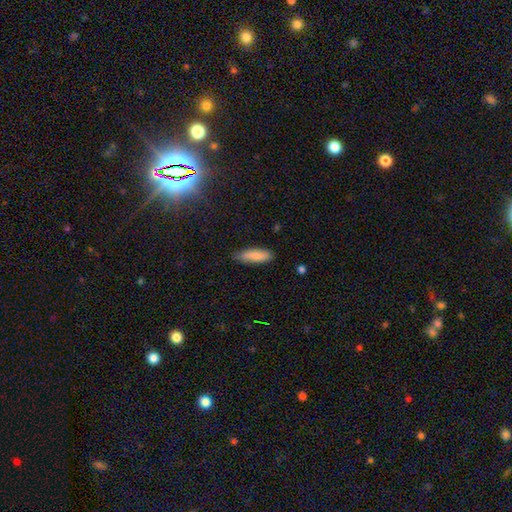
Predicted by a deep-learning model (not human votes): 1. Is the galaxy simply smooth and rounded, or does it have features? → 82% smooth, 12% featured or disk, 6% star or artifact.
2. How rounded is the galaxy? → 52% cigar-shaped, 46% in between, 2% round.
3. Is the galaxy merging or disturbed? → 80% none, 16% minor disturbance, 3% major disturbance, 1% merger.